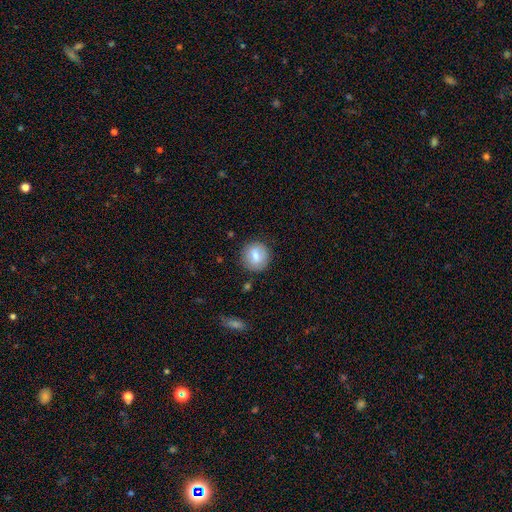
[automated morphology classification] This is likely a smooth galaxy (75%). How rounded: clearly round (90%). Merging: clearly none (84%).